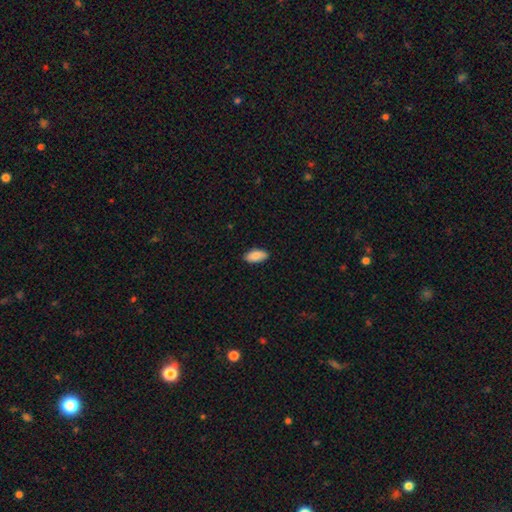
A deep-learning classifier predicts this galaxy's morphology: Overall: smooth (87%). How rounded: in between (92%). Merging: none (88%).